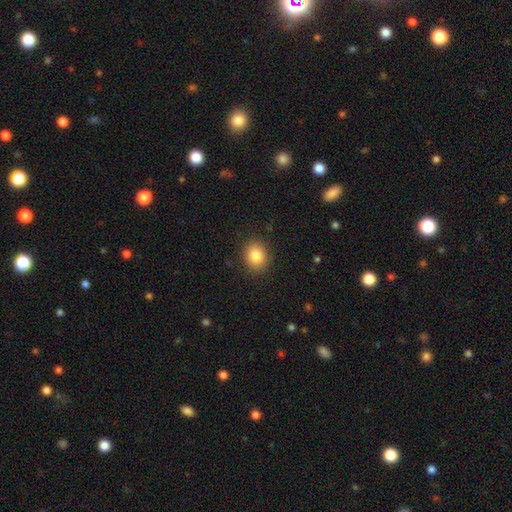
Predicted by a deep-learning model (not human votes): Smooth or featured? Predicted: smooth (p=0.84). How rounded? Predicted: round (p=0.59). Merging? Predicted: none (p=0.89).